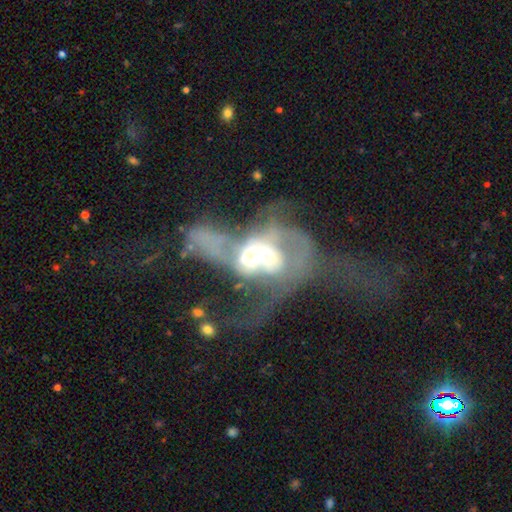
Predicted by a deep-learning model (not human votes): Morphology: type=featured or disk (67%); edge-on=no (96%); bar=no (78%); spiral arms=no (61%); bulge=moderate (56%); merging=merger (72%).